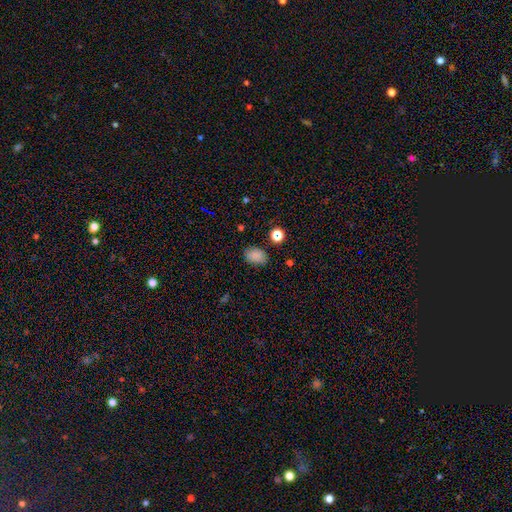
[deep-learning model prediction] A smooth galaxy with no disk features (83%) that is in between round and cigar-shaped (77%). Merging: none (81%).